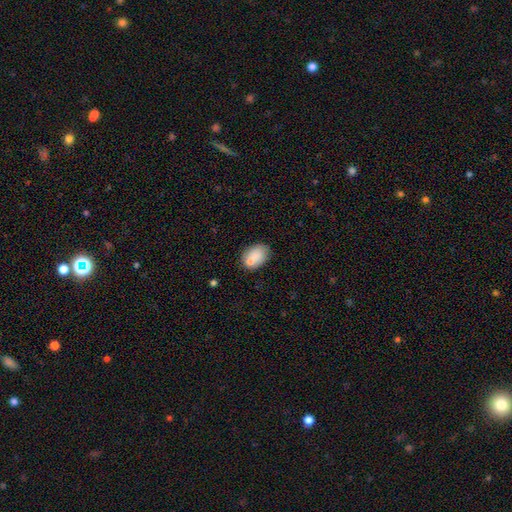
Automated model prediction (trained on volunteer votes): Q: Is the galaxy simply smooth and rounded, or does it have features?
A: smooth — 79%.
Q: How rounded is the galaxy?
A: in between — 78%.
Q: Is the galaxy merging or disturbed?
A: none — 59%.